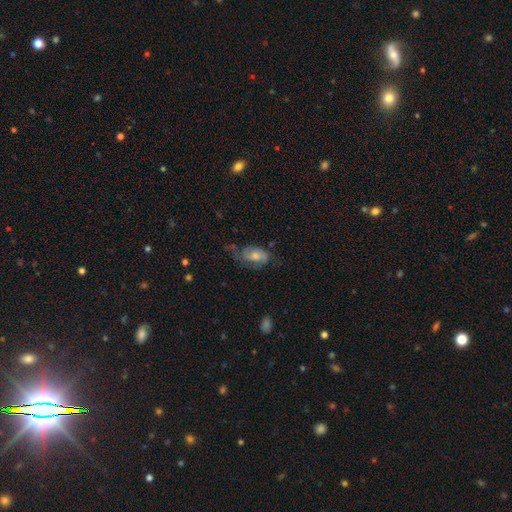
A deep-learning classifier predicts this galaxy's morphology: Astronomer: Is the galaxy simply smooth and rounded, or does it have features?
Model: smooth — 60%.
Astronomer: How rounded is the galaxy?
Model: in between — 90%.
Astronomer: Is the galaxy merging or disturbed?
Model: none — 43% (runner-up: minor disturbance, 34%).